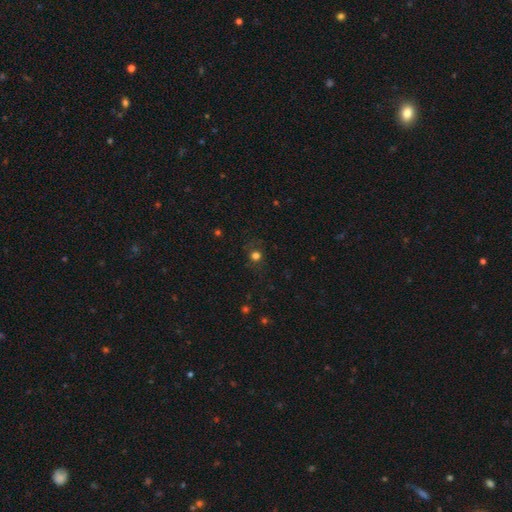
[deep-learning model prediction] Smooth or featured? Predicted: smooth (p=0.65). How rounded? Predicted: round (p=0.87). Merging? Predicted: none (p=0.80).